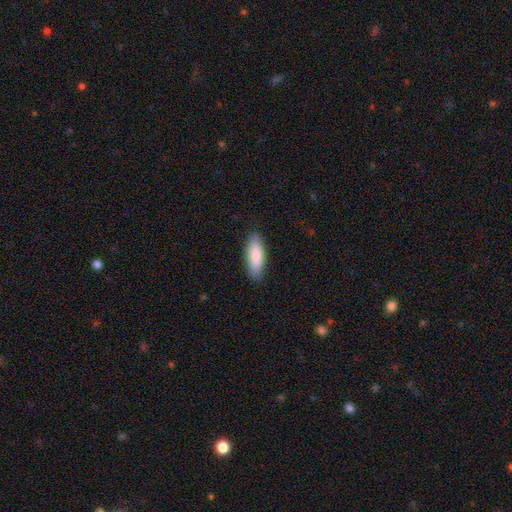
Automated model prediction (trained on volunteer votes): A smooth galaxy with no disk features (85%) that is in between round and cigar-shaped (59%). Merging: none (86%).